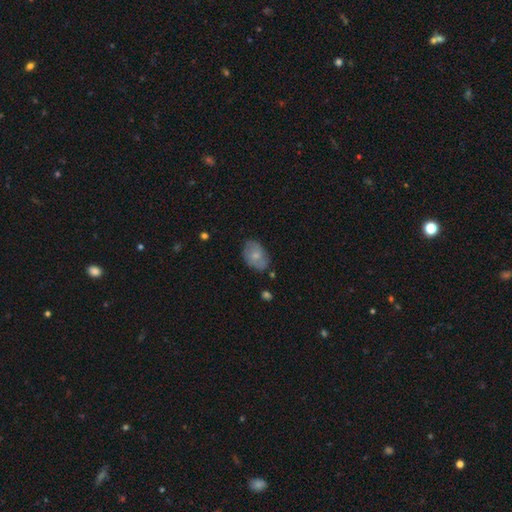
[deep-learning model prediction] Morphology: type=smooth (68%); roundness=in between (84%); merging=none (70%).